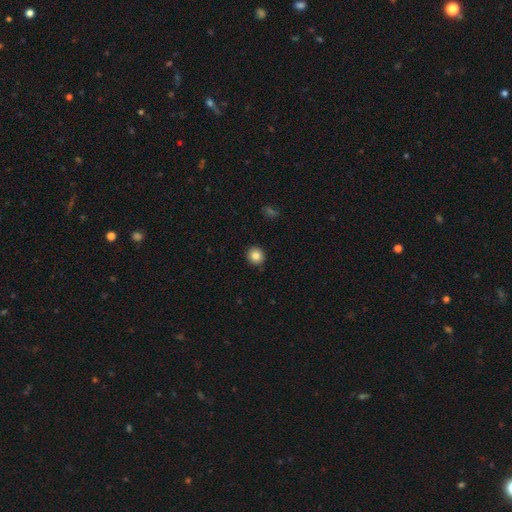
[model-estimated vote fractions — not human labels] Smooth or featured? Predicted: smooth (p=0.83). How rounded? Predicted: round (p=0.90). Merging? Predicted: none (p=0.92).